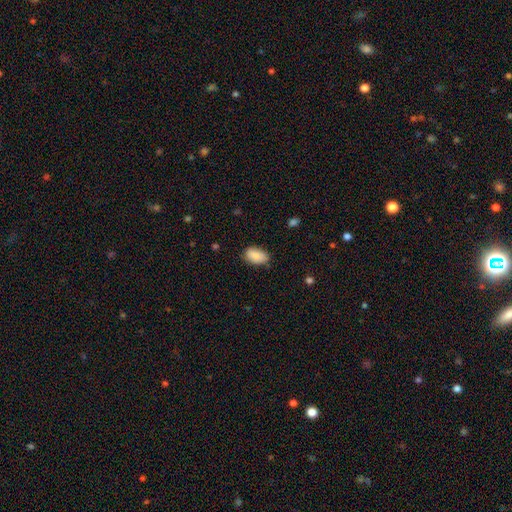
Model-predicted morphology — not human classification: A smooth galaxy with no disk features (87%) that is in between round and cigar-shaped (92%). Merging: none (74%).